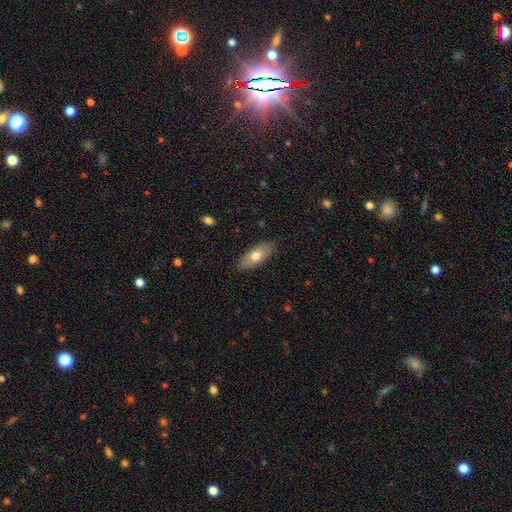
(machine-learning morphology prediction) Smooth or featured? smooth (70%)
How rounded? in between (77%)
Merging? none (86%)